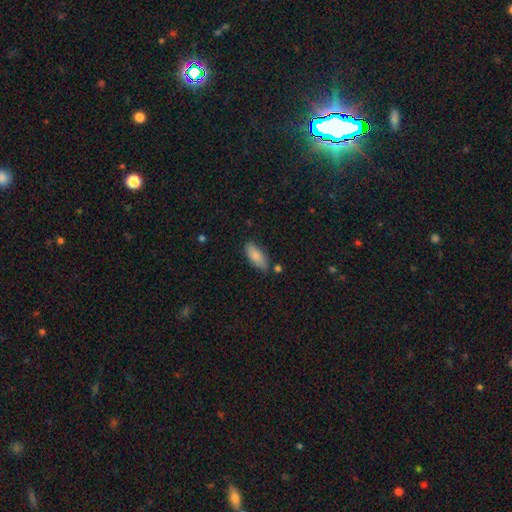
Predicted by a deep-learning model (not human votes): smooth-or-featured: smooth: 85% | featured or disk: 9% | star or artifact: 6%
  how-rounded: in between: 84% | cigar-shaped: 14% | round: 2%
  merging: none: 76% | minor disturbance: 17% | merger: 4% | major disturbance: 3%